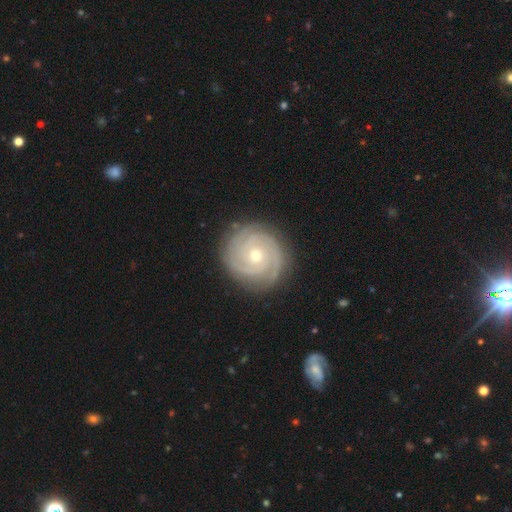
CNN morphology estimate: Smooth or featured?
  - featured or disk: 90% *
  - smooth: 5%
  - star or artifact: 4%
Edge-on disk?
  - no: 98% *
  - yes: 2%
Bar?
  - no: 72% *
  - weak: 22%
  - strong: 6%
Spiral arms?
  - yes: 98% *
  - no: 2%
Spiral winding?
  - tight: 82% *
  - medium: 16%
  - loose: 2%
Spiral arm count?
  - 3: 39% *
  - 2: 24%
  - can't tell: 12%
  - 4: 12%
  - more than 4: 6%
  - 1: 6%
Bulge size?
  - moderate: 50% *
  - small: 48%
  - large: 1%
  - none: 1%
  - dominant: 1%
Merging?
  - none: 86% *
  - minor disturbance: 10%
  - major disturbance: 3%
  - merger: 1%